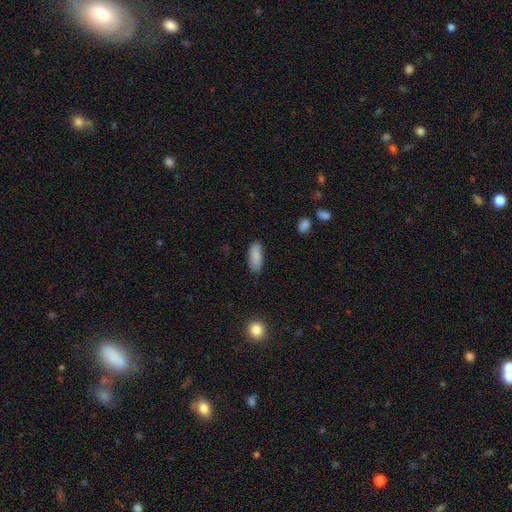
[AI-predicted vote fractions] smooth 87%, star or artifact 6%, featured or disk 6%. Down the decision tree: how rounded — in between (80%); merging — none (85%).